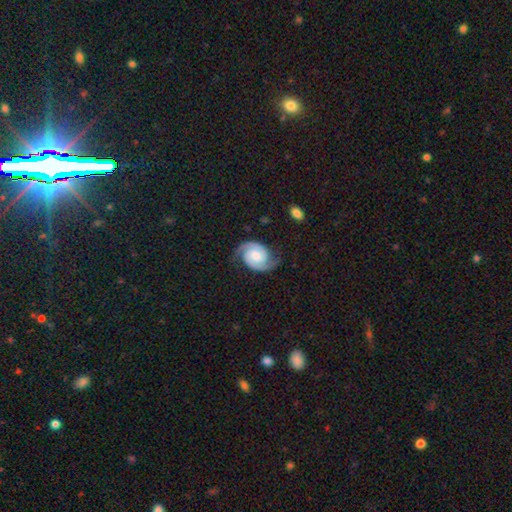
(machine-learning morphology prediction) This is clearly a featured or disk galaxy (91%). It is clearly not viewed edge-on (98%). Bar: likely no (63%). Spiral arm pattern: clearly yes (98%). Spiral arm count: clearly 2 (94%). Spiral winding: possibly tight (49%). Central bulge: possibly moderate (57%). Merging: likely none (80%).